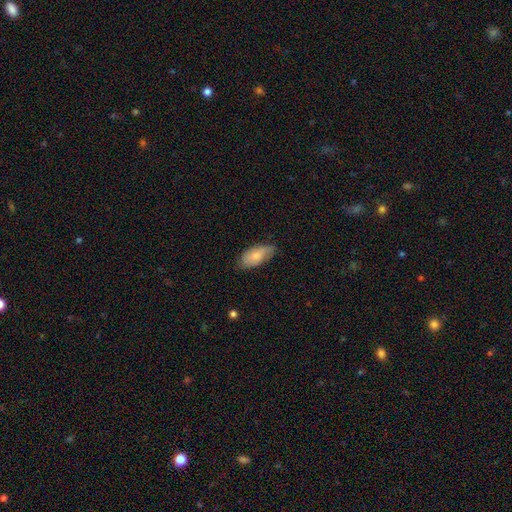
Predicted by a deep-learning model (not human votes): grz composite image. It shows a smooth galaxy with no disk features (72%) that is in between round and cigar-shaped (90%). Merging: none (67%).